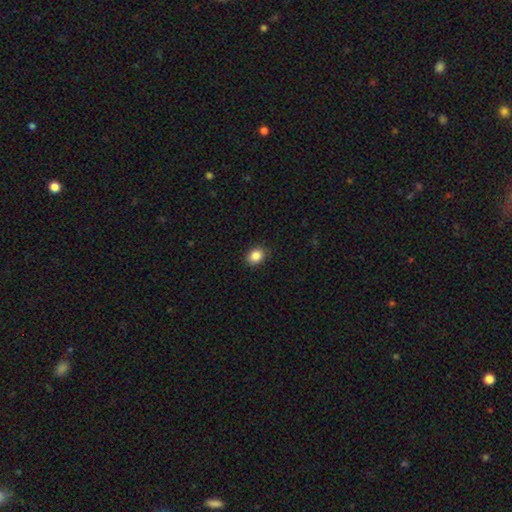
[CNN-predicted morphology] Q: Smooth or featured?
A: smooth (87%); runner-up: star or artifact (9%)
Q: How rounded?
A: in between (53%); runner-up: round (46%)
Q: Merging?
A: none (89%); runner-up: minor disturbance (8%)